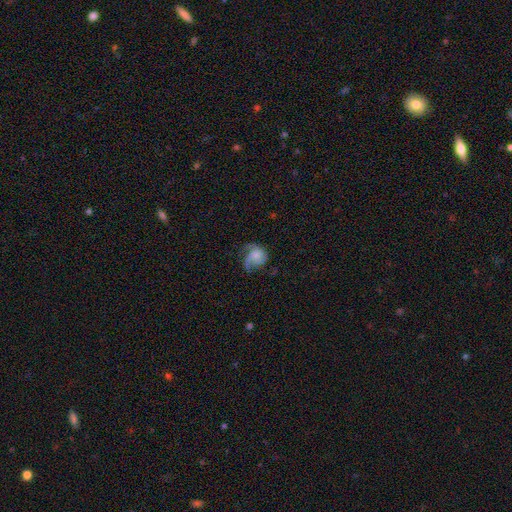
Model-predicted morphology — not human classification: Smooth or featured: featured or disk — 58% (smooth — 34%)
Edge-on disk: no — 98% (yes — 2%)
Bar: no — 78% (weak — 19%)
Spiral arms: yes — 86% (no — 14%)
Bulge size: small — 34% (moderate — 30%)
Merging: none — 44% (major disturbance — 30%)